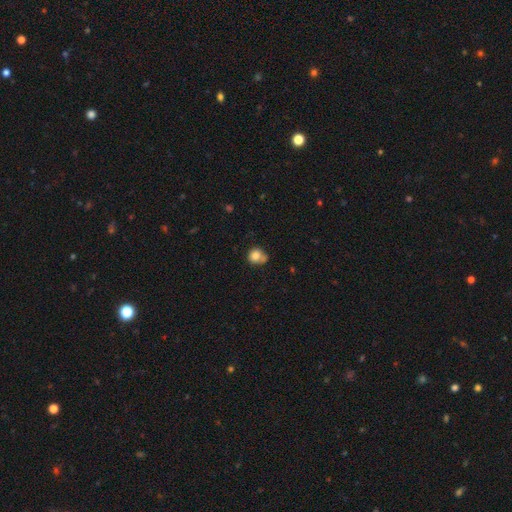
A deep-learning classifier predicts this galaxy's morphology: Smooth or featured?
  - smooth: 80% *
  - star or artifact: 10%
  - featured or disk: 9%
How rounded?
  - round: 79% *
  - in between: 20%
  - cigar-shaped: 1%
Merging?
  - none: 49% *
  - minor disturbance: 26%
  - merger: 17%
  - major disturbance: 8%